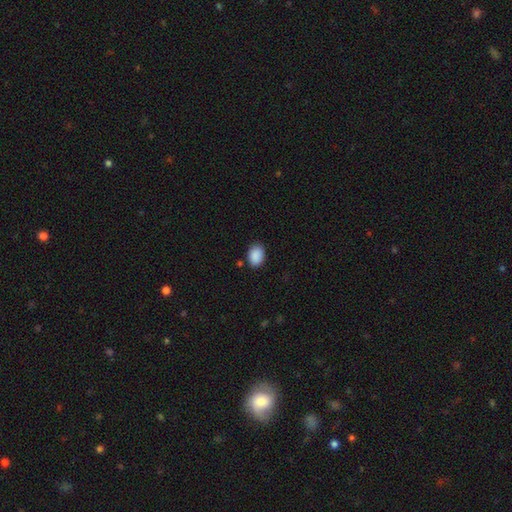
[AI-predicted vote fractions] Q: Smooth or featured?
A: smooth (90%); runner-up: star or artifact (7%)
Q: How rounded?
A: in between (76%); runner-up: round (23%)
Q: Merging?
A: none (82%); runner-up: minor disturbance (13%)